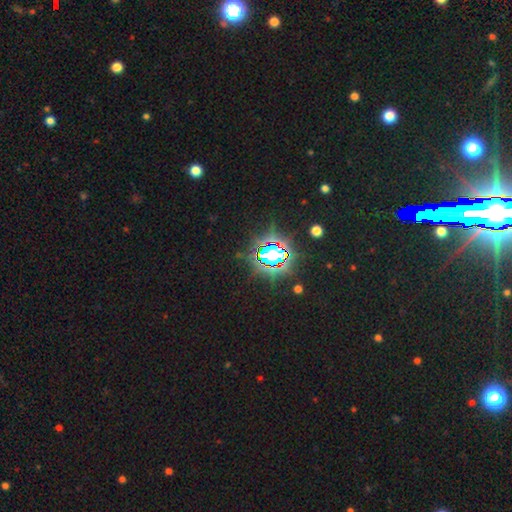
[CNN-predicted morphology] Smooth or featured?
  - star or artifact: 79% *
  - smooth: 12%
  - featured or disk: 9%